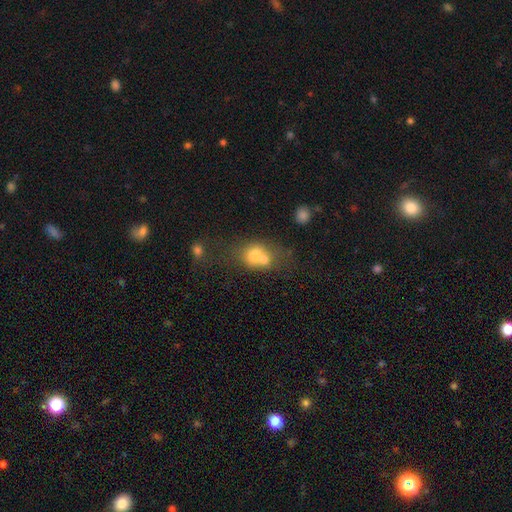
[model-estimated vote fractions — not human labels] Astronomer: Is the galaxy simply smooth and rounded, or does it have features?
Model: smooth — 65%.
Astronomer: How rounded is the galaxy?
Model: round — 61% (runner-up: in between, 38%).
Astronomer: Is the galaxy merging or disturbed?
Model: merger — 59%.